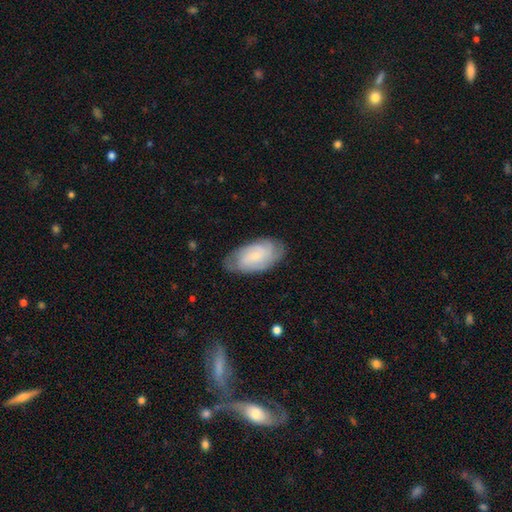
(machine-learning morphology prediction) smooth_or_featured: featured or disk (p=0.55) [alt: smooth p=0.39]
disk_edge_on: no (p=0.95) [alt: yes p=0.05]
bar: no (p=0.60) [alt: weak p=0.34]
has_spiral_arms: yes (p=0.88) [alt: no p=0.12]
bulge_size: small (p=0.67) [alt: moderate p=0.19]
merging: none (p=0.74) [alt: minor disturbance p=0.20]